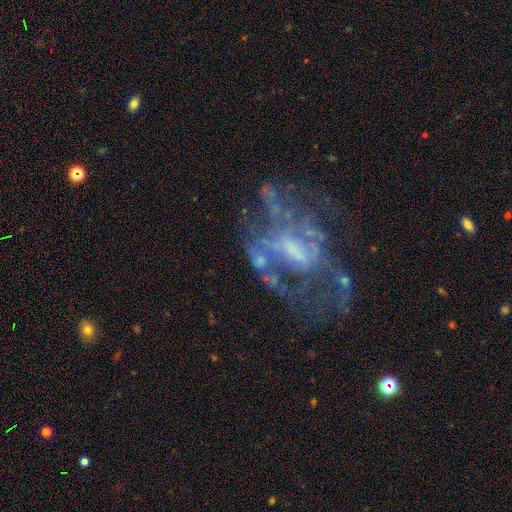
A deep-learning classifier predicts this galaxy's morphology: Smooth or featured? Predicted: featured or disk (p=0.71). Edge-on disk? Predicted: no (p=0.96). Bar? Predicted: no (p=0.51). Spiral arms? Predicted: no (p=0.51). Bulge size? Predicted: small (p=0.34). Merging? Predicted: none (p=0.44).